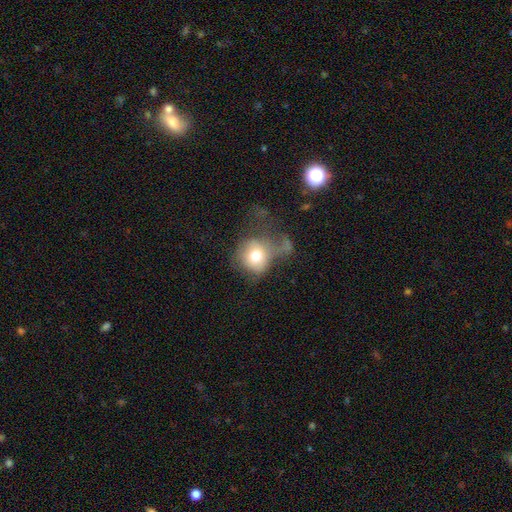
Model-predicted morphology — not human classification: This is likely a smooth galaxy (69%). How rounded: likely round (79%). Merging: marginally major disturbance (45%).